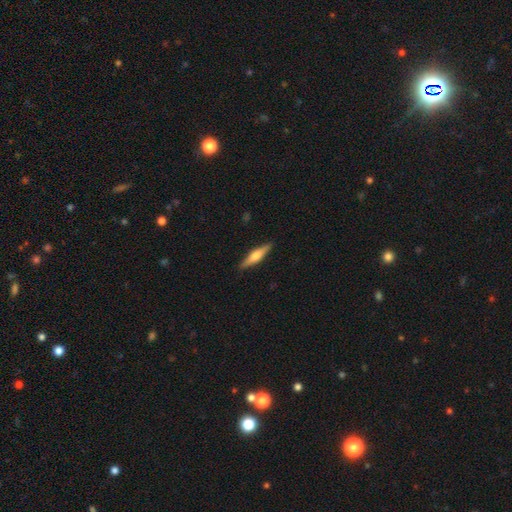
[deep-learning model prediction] Smooth or featured? Predicted: featured or disk (p=0.51). Edge-on disk? Predicted: yes (p=0.95). Merging? Predicted: none (p=0.90).